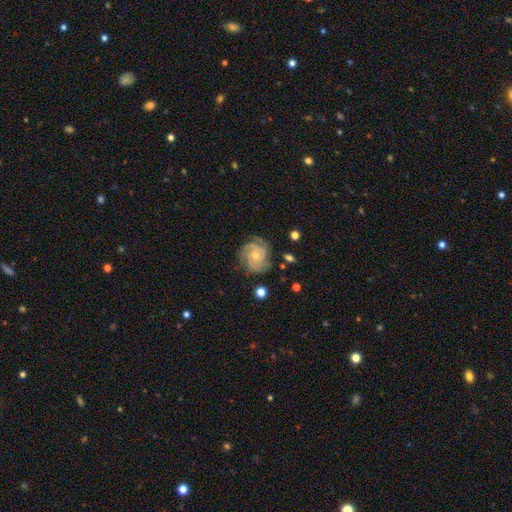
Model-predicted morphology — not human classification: type=featured or disk (81%); edge-on=no (98%); bar=no (77%); spiral arms=yes (95%); winding=tight (65%); arm count=3 (35%); bulge=small (51%); merging=none (76%).